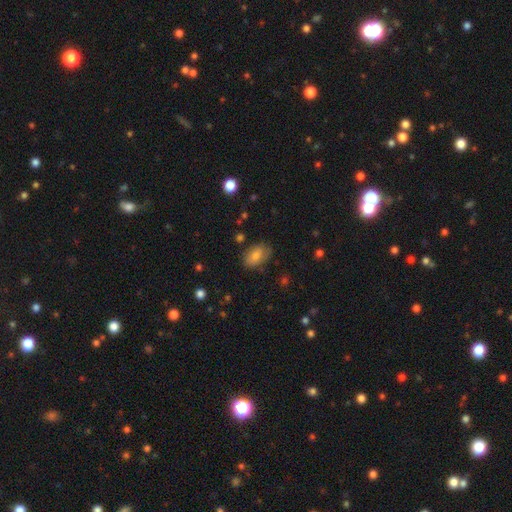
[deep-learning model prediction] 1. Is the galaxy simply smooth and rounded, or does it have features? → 77% smooth, 15% featured or disk, 8% star or artifact.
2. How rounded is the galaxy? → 90% in between, 8% round, 2% cigar-shaped.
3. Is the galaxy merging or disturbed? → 75% none, 19% minor disturbance, 5% major disturbance, 2% merger.